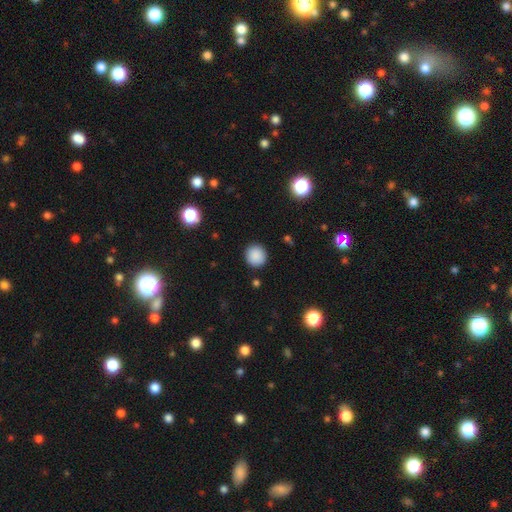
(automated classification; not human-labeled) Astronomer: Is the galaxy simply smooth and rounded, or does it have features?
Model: smooth — 88%.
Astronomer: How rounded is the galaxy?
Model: round — 92%.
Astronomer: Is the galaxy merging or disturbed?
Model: none — 91%.